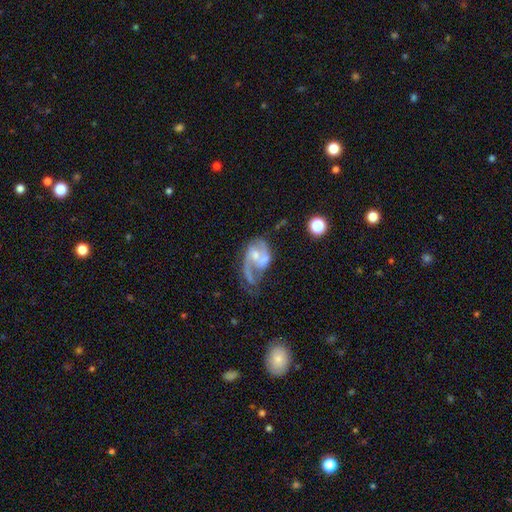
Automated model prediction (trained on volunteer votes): Smooth or featured: featured or disk — 79% (smooth — 14%)
Edge-on disk: no — 97% (yes — 3%)
Bar: no — 53% (weak — 37%)
Spiral arms: yes — 88% (no — 12%)
Spiral winding: medium — 44% (loose — 42%)
Spiral arm count: 2 — 70% (1 — 19%)
Bulge size: moderate — 44% (small — 40%)
Merging: merger — 35% (none — 27%)